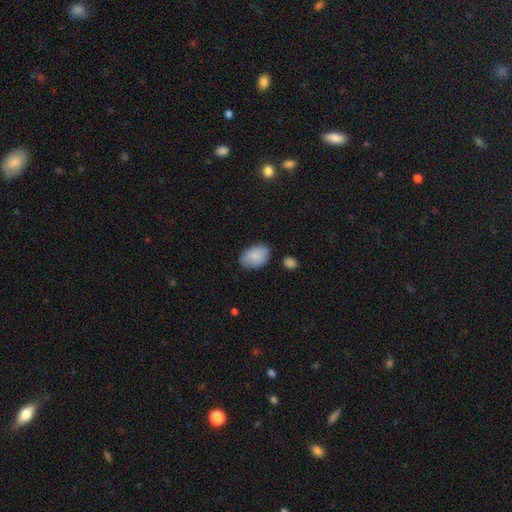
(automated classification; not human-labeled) smooth-or-featured: smooth: 87% | featured or disk: 7% | star or artifact: 6%
  how-rounded: in between: 89% | round: 10% | cigar-shaped: 1%
  merging: none: 76% | minor disturbance: 18% | major disturbance: 4% | merger: 3%